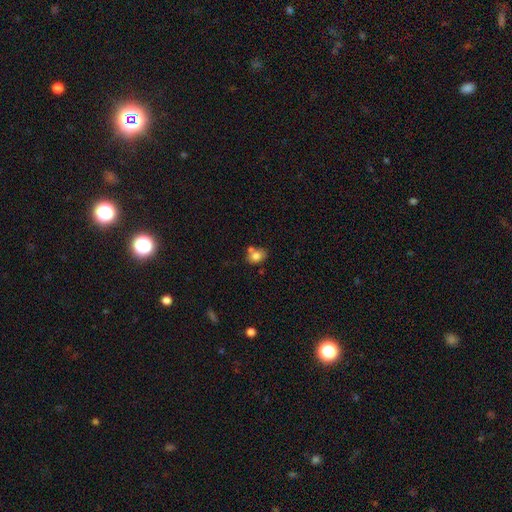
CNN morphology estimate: Smooth or featured? smooth (78%)
How rounded? in between (60%)
Merging? none (55%)